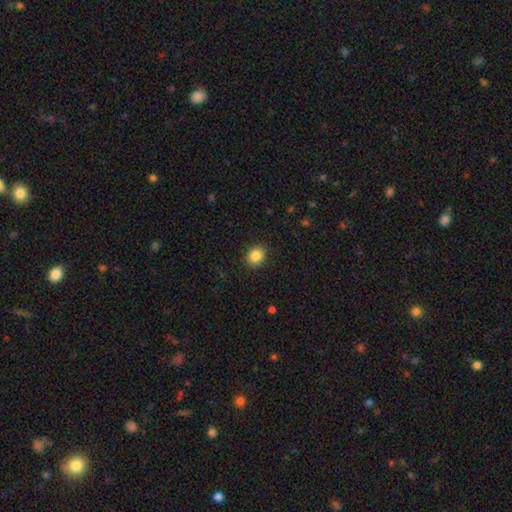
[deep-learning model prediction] A smooth galaxy with no disk features (86%) that is round (56%). Merging: none (89%).